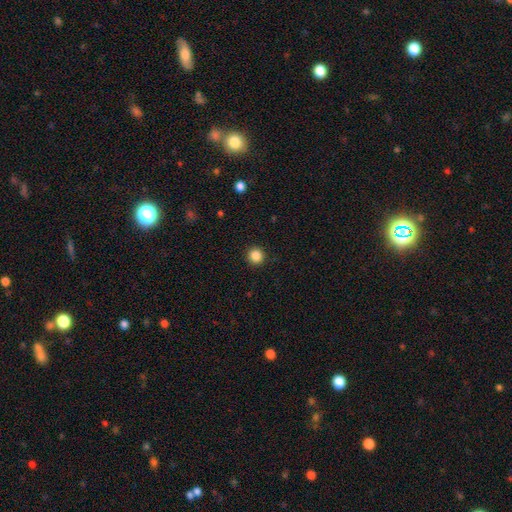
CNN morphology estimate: Overall: smooth (86%). How rounded: round (94%). Merging: none (93%).